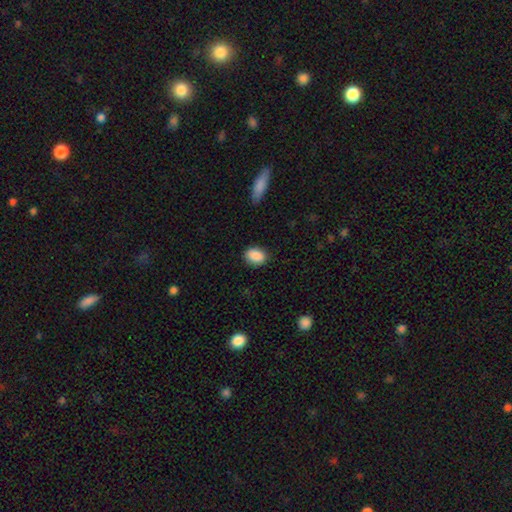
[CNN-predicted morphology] smooth-or-featured: smooth: 89% | star or artifact: 7% | featured or disk: 4%
  how-rounded: in between: 72% | round: 27% | cigar-shaped: 1%
  merging: none: 85% | minor disturbance: 12% | major disturbance: 3% | merger: 1%